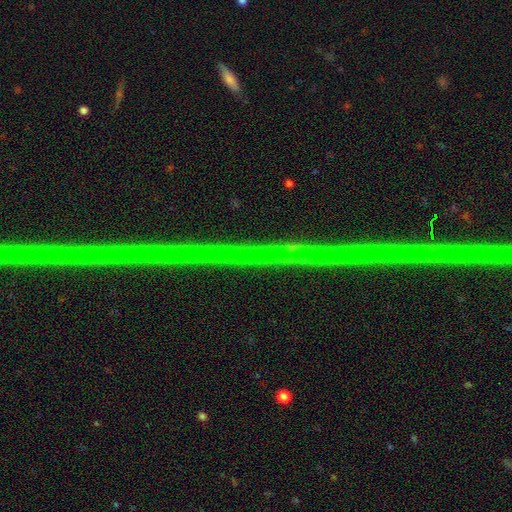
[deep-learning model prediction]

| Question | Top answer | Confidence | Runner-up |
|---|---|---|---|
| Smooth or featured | star or artifact | 69% | featured or disk (23%) |